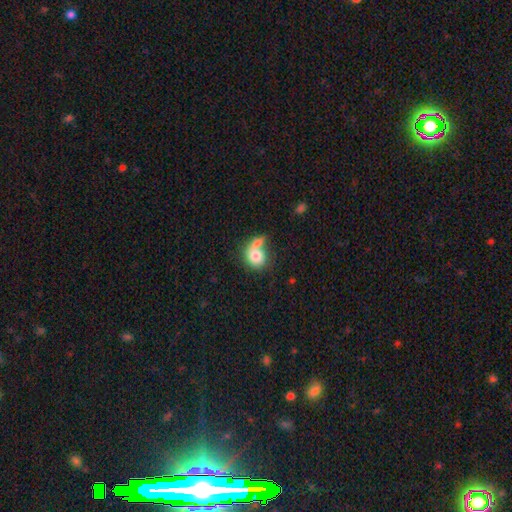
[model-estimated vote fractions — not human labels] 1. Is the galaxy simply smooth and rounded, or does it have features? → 74% smooth, 19% featured or disk, 7% star or artifact.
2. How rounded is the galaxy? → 68% round, 31% in between, 1% cigar-shaped.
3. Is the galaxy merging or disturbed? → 43% merger, 29% none, 14% major disturbance, 13% minor disturbance.